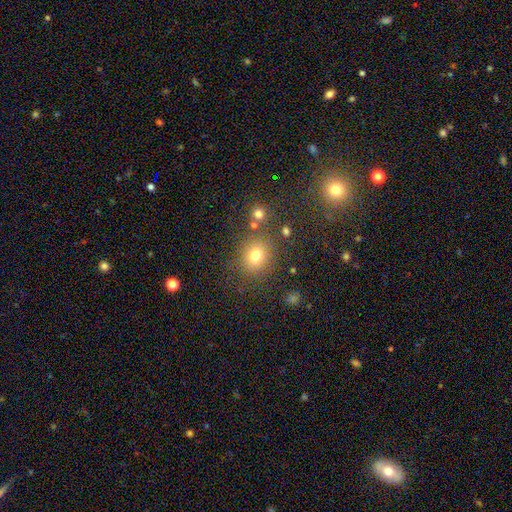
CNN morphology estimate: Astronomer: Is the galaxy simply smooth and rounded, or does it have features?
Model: smooth — 76%.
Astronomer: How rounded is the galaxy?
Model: round — 73%.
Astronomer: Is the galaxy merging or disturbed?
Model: none — 78%.